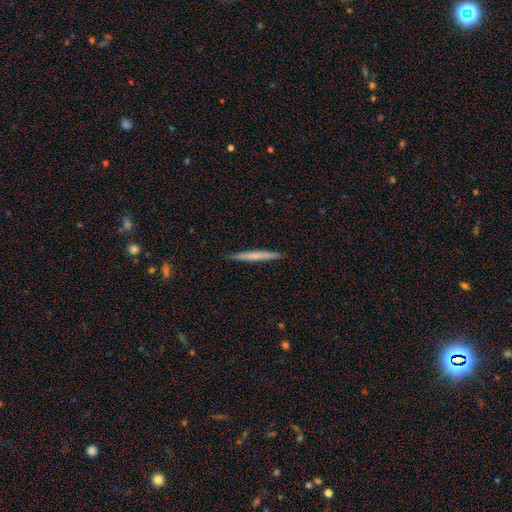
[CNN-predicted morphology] Overall: smooth (62%; featured or disk 33%). How rounded: cigar-shaped (97%). Merging: none (90%).